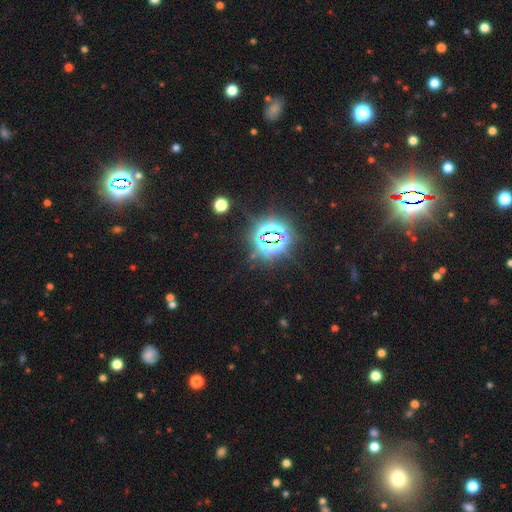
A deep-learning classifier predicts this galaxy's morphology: Smooth or featured? Predicted: star or artifact (p=0.81).